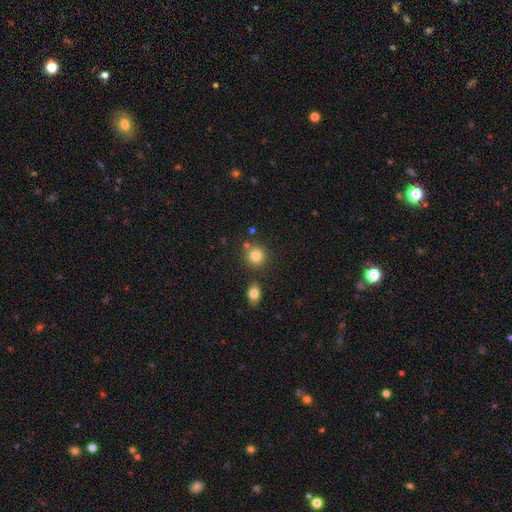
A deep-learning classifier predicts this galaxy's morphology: This is clearly a smooth galaxy (82%). How rounded: clearly round (89%). Merging: likely none (78%).